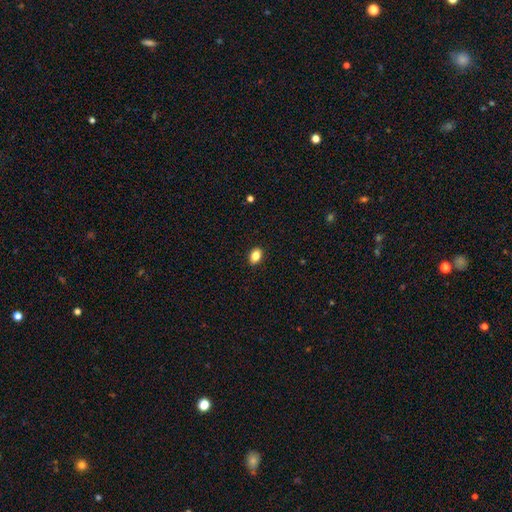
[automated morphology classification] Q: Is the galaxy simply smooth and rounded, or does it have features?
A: smooth — 84%.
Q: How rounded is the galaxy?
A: in between — 77%.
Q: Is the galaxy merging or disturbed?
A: none — 90%.